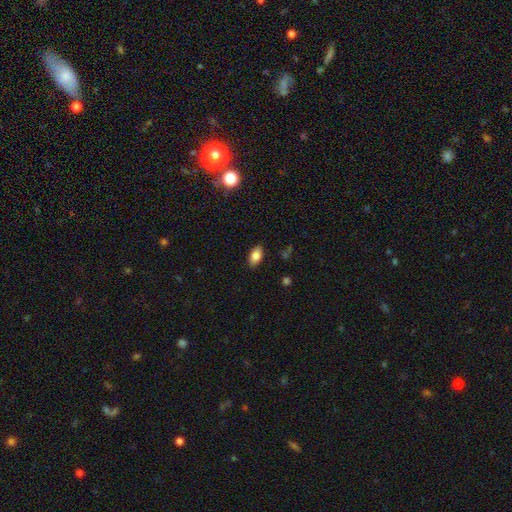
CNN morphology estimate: Q: Smooth or featured?
A: smooth (82%); runner-up: featured or disk (10%)
Q: How rounded?
A: in between (91%); runner-up: round (6%)
Q: Merging?
A: none (87%); runner-up: minor disturbance (9%)